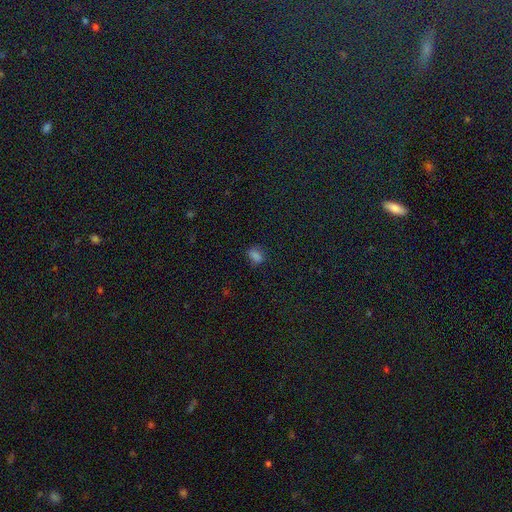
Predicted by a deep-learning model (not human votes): A smooth galaxy with no disk features (74%) that is in between round and cigar-shaped (73%). Merging: none (75%).